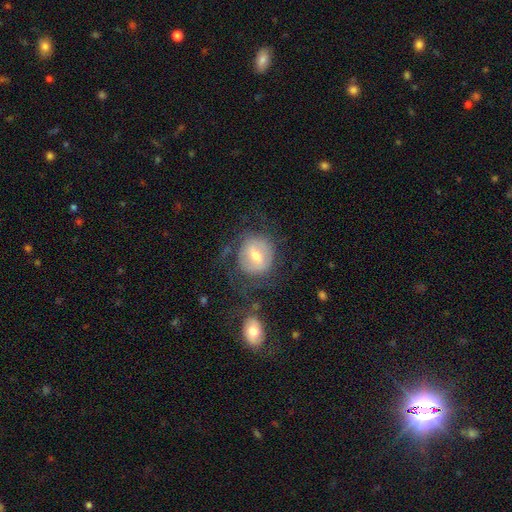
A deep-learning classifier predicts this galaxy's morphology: Q: Smooth or featured?
A: featured or disk (52%); runner-up: smooth (40%)
Q: Edge-on disk?
A: no (94%); runner-up: yes (6%)
Q: Merging?
A: none (59%); runner-up: major disturbance (18%)